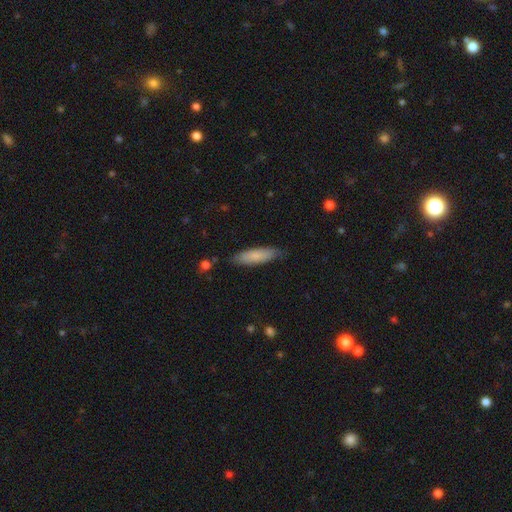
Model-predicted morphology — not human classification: smooth_or_featured: smooth (p=0.78) [alt: featured or disk p=0.16]
how_rounded: cigar-shaped (p=0.57) [alt: in between p=0.42]
merging: none (p=0.79) [alt: minor disturbance p=0.17]